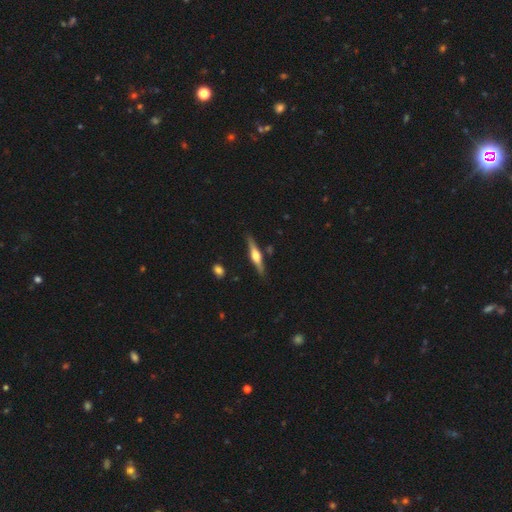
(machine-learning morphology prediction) type=featured or disk (65%); edge-on=yes (96%); edge-on bulge=rounded (90%); merging=none (86%).